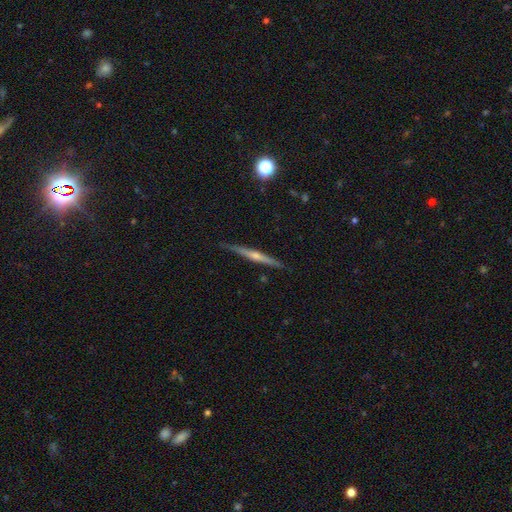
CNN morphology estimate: The model was most divided on "smooth or featured": featured or disk: 77%, smooth: 16%, star or artifact: 7%. More confident: edge-on disk — yes (98%); merging — none (90%); edge-on bulge — rounded (77%).